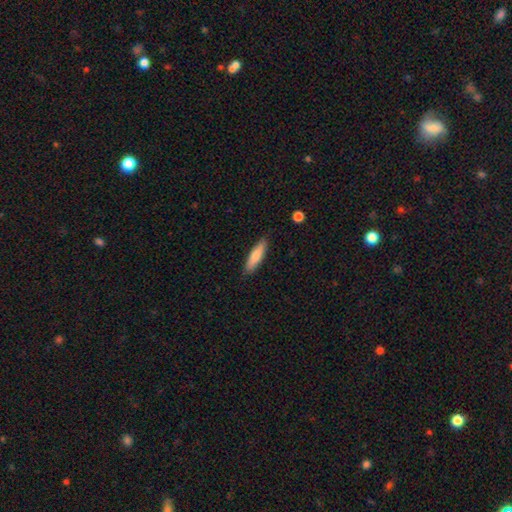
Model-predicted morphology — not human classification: type=smooth (78%); roundness=cigar-shaped (69%); merging=none (87%).